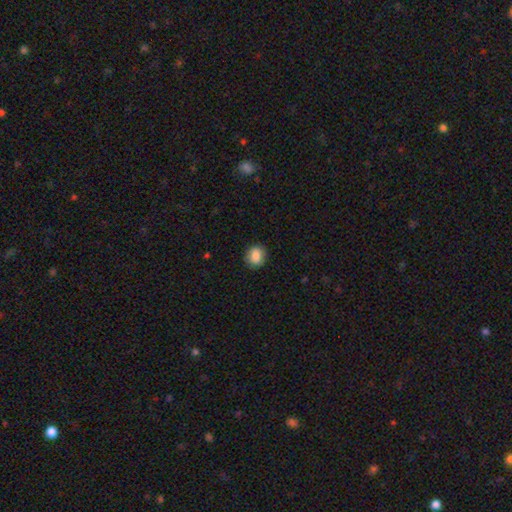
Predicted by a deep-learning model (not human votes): smooth-or-featured: smooth: 86% | star or artifact: 8% | featured or disk: 6%
  how-rounded: round: 69% | in between: 30% | cigar-shaped: 1%
  merging: none: 88% | minor disturbance: 9% | major disturbance: 2% | merger: 1%